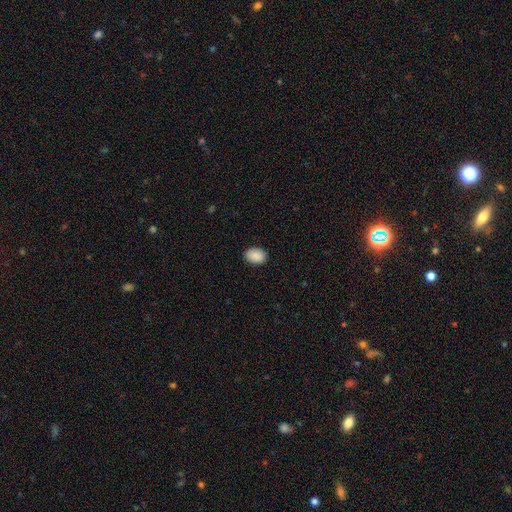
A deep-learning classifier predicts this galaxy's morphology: Smooth or featured?
  - smooth: 90% *
  - star or artifact: 7%
  - featured or disk: 3%
How rounded?
  - in between: 80% *
  - round: 19%
  - cigar-shaped: 1%
Merging?
  - none: 88% *
  - minor disturbance: 9%
  - major disturbance: 2%
  - merger: 1%